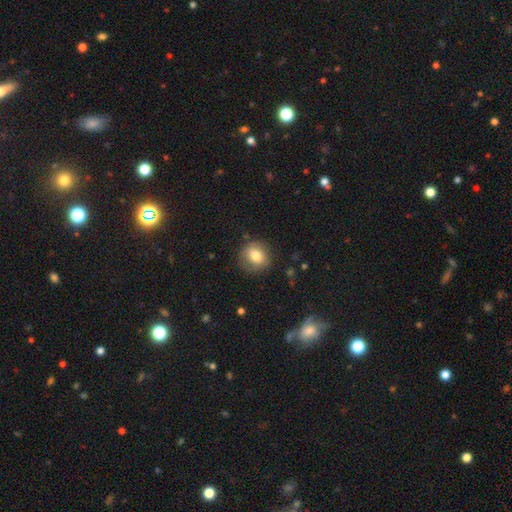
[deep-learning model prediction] Smooth or featured: smooth — 77% (featured or disk — 14%)
How rounded: round — 81% (in between — 18%)
Merging: none — 81% (minor disturbance — 14%)